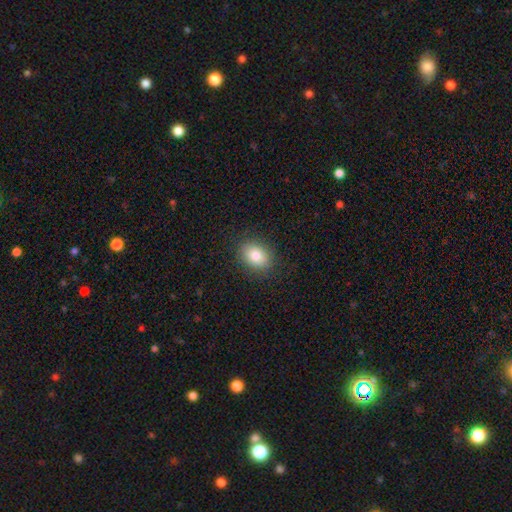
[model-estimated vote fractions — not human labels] smooth_or_featured: smooth (p=0.83) [alt: star or artifact p=0.09]
how_rounded: in between (p=0.65) [alt: round p=0.34]
merging: none (p=0.88) [alt: minor disturbance p=0.09]